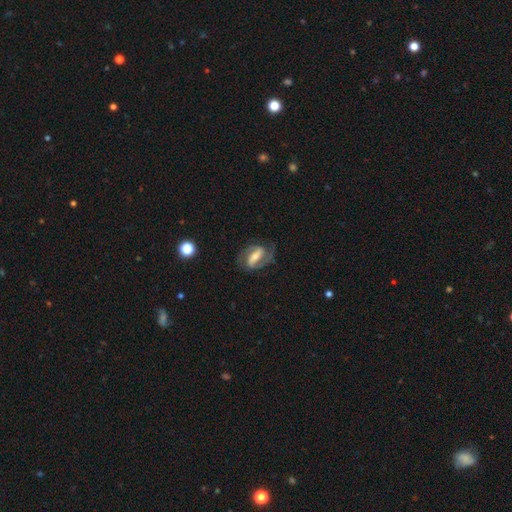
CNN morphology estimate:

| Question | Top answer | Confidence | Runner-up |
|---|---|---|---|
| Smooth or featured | featured or disk | 84% | smooth (11%) |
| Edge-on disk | no | 95% | yes (5%) |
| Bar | strong | 58% | weak (30%) |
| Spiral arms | yes | 95% | no (5%) |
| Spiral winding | medium | 51% | tight (30%) |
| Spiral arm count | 2 | 88% | 1 (4%) |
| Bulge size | moderate | 51% | small (36%) |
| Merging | none | 74% | minor disturbance (15%) |